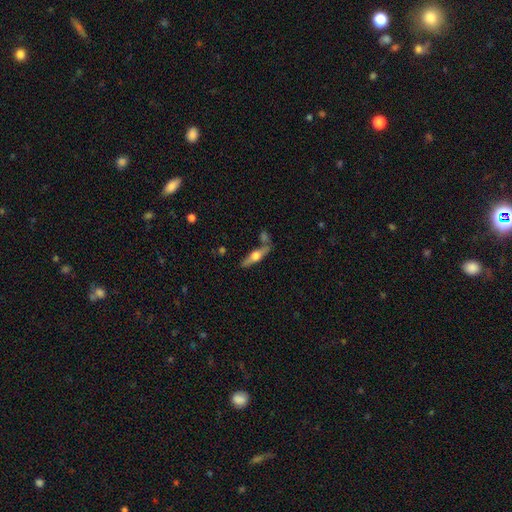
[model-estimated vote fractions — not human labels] This appears to be a featured or disk galaxy (60%) viewed edge-on (92%) with a rounded central bulge (94%). Merging: none (72%).